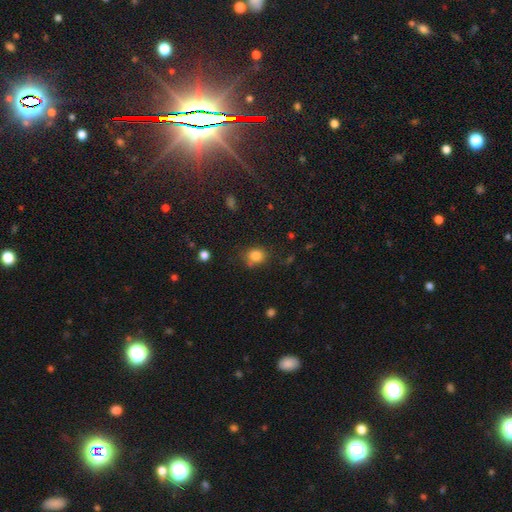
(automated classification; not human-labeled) Smooth or featured? Predicted: smooth (p=0.81). How rounded? Predicted: round (p=0.67). Merging? Predicted: none (p=0.71).